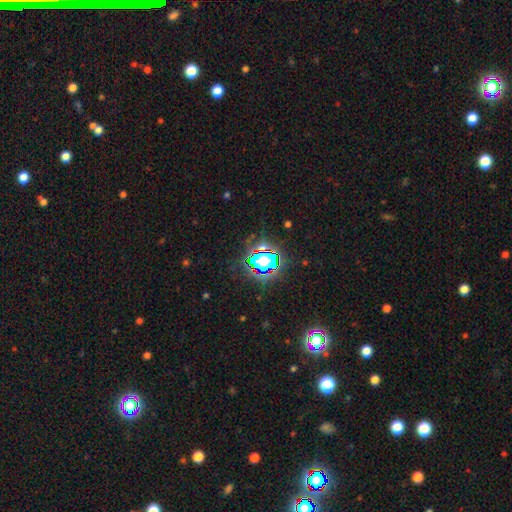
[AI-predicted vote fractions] star or artifact 76%, smooth 15%, featured or disk 9%.